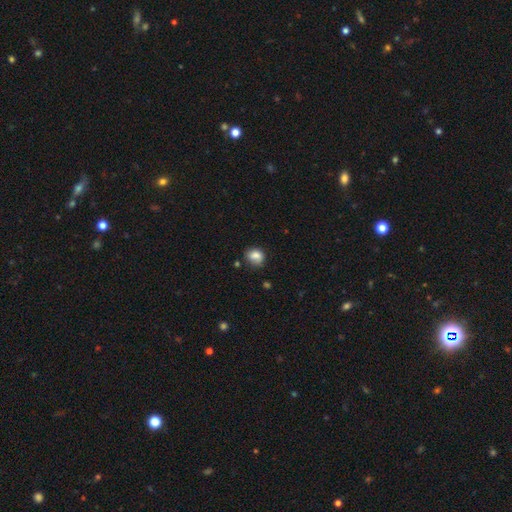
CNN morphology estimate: This is clearly a smooth galaxy (82%). How rounded: likely round (61%). Merging: likely none (63%).